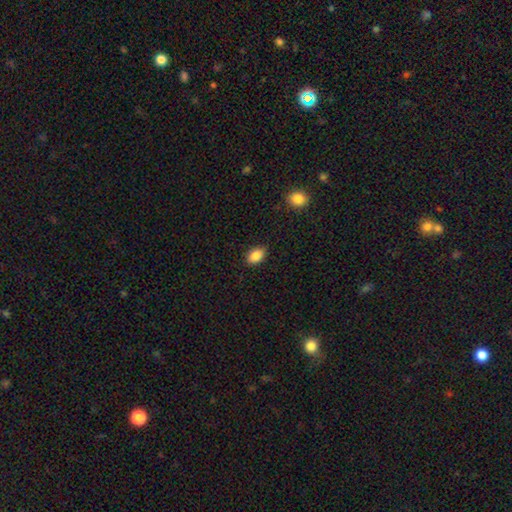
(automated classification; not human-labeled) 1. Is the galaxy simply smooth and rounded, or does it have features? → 86% smooth, 9% star or artifact, 5% featured or disk.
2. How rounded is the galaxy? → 85% in between, 14% round, 2% cigar-shaped.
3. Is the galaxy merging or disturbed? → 84% none, 12% minor disturbance, 2% major disturbance, 1% merger.